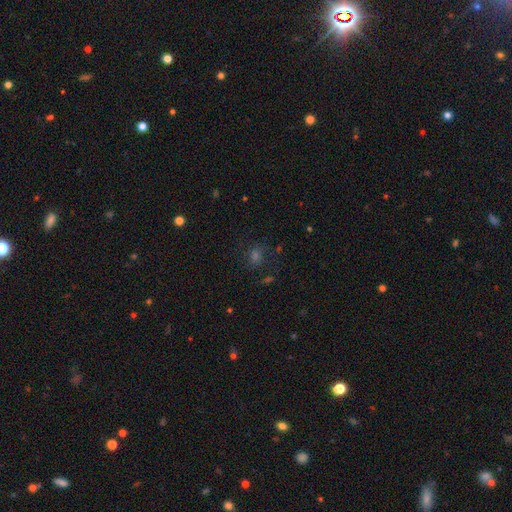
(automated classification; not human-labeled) smooth_or_featured: smooth (p=0.46) [alt: star or artifact p=0.38]
merging: none (p=0.72) [alt: minor disturbance p=0.15]